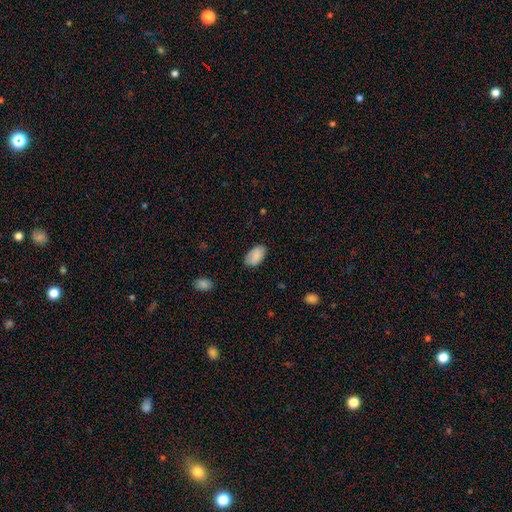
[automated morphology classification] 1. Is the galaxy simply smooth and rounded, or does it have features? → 85% smooth, 8% featured or disk, 7% star or artifact.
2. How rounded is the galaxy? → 94% in between, 4% round, 2% cigar-shaped.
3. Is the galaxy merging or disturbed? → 79% none, 17% minor disturbance, 3% major disturbance, 1% merger.